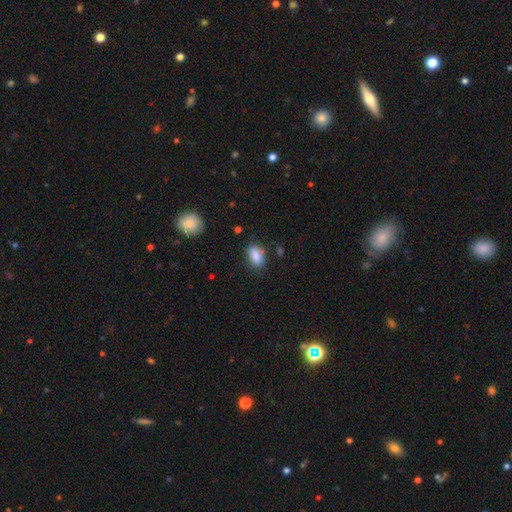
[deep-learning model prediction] Smooth or featured? smooth (85%)
How rounded? in between (87%)
Merging? none (74%)